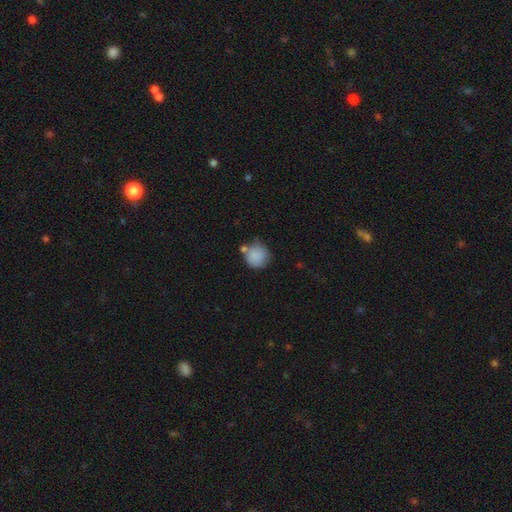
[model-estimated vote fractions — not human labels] Overall: smooth (85%). How rounded: round (90%). Merging: none (57%; minor disturbance 21%).